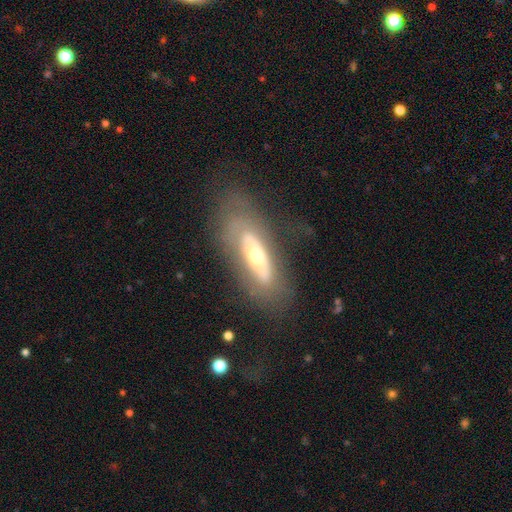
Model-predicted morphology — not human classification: Smooth or featured? Predicted: featured or disk (p=0.65). Edge-on disk? Predicted: no (p=0.76). Merging? Predicted: none (p=0.65).